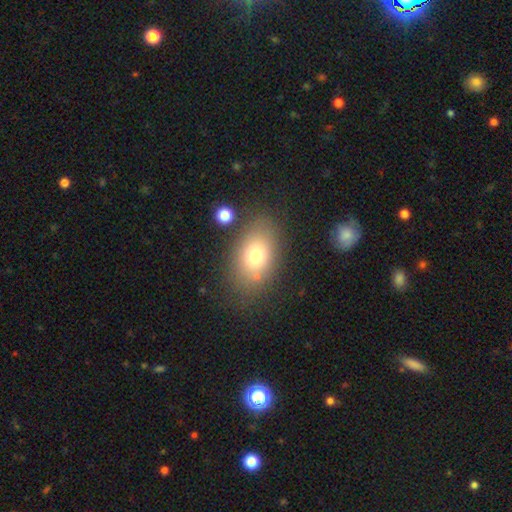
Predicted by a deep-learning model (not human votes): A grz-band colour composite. It shows a smooth galaxy with no disk features (74%) that is in between round and cigar-shaped (83%). Merging: none (75%).